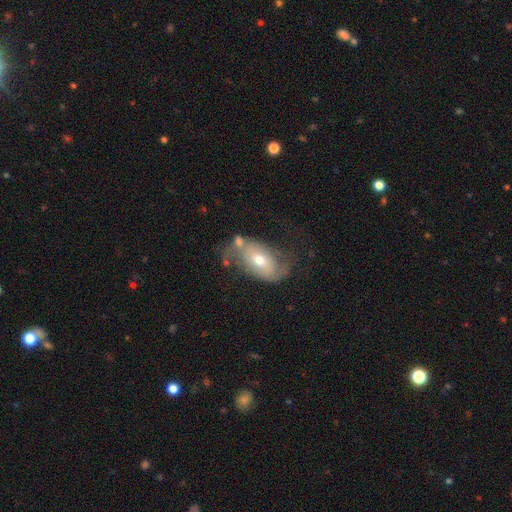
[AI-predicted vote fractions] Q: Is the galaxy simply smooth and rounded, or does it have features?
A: featured or disk — 59%.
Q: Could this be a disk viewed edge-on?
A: no — 92%.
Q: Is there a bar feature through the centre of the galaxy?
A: no — 63%.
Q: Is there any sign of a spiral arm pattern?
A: yes — 64%.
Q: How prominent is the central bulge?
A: moderate — 61%.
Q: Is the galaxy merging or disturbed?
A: none — 44%.